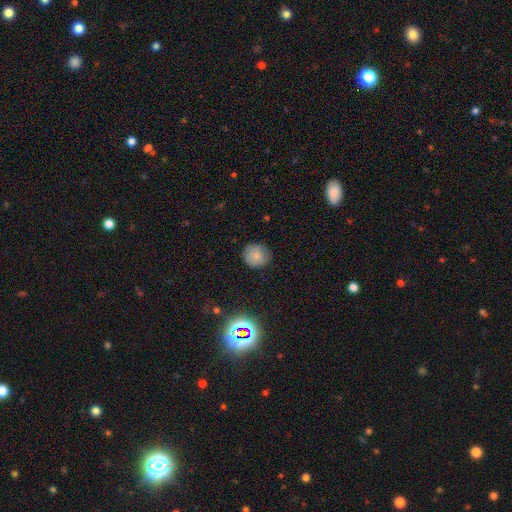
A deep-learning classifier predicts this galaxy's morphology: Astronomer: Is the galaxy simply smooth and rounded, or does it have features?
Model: smooth — 77%.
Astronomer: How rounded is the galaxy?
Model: round — 85%.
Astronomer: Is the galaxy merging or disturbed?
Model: none — 79%.